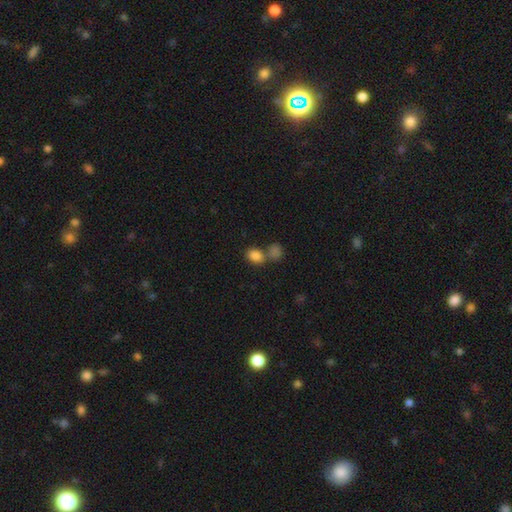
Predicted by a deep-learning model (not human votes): Smooth or featured? Predicted: smooth (p=0.84). How rounded? Predicted: in between (p=0.67). Merging? Predicted: none (p=0.45).